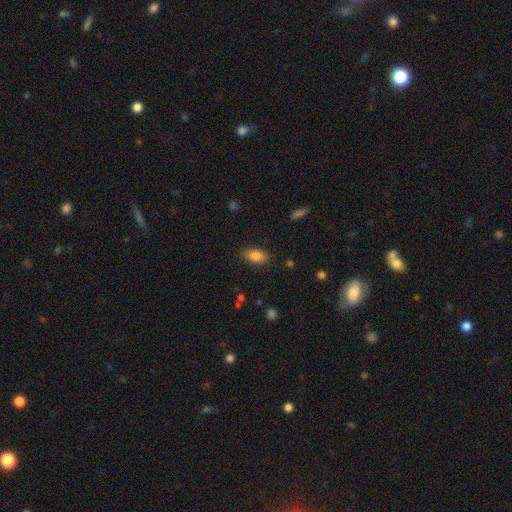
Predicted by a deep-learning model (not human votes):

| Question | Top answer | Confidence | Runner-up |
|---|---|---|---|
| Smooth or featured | smooth | 85% | star or artifact (8%) |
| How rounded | in between | 90% | round (5%) |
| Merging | none | 84% | minor disturbance (11%) |